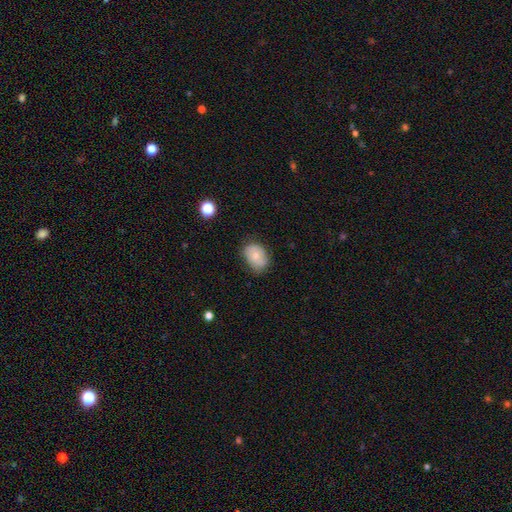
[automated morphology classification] smooth 66%, featured or disk 26%, star or artifact 8%. Down the decision tree: how rounded — in between (69%); merging — none (66%).